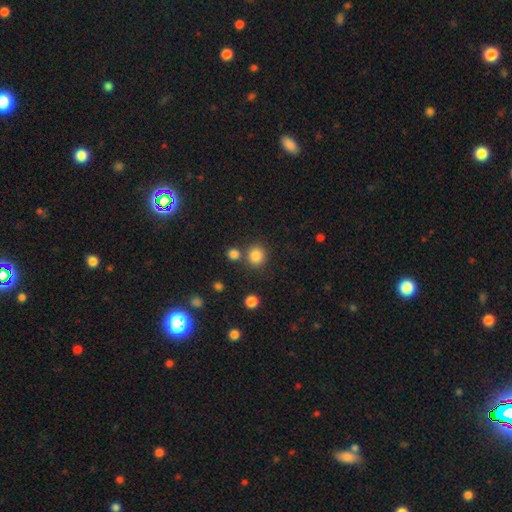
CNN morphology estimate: Smooth or featured? smooth (83%)
How rounded? round (88%)
Merging? none (76%)